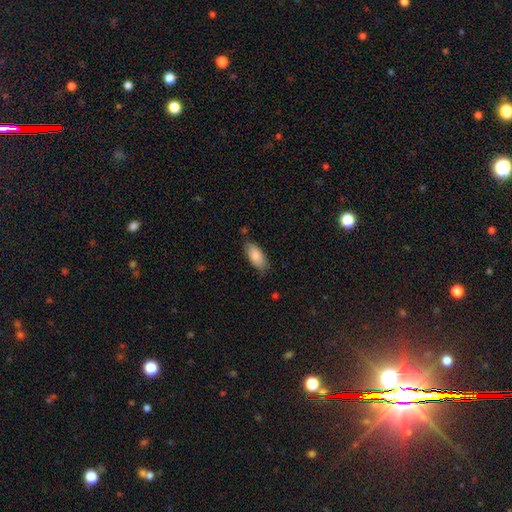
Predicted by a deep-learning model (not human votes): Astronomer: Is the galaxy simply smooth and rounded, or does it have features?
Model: smooth — 86%.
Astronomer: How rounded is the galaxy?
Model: in between — 88%.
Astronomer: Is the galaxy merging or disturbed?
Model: none — 74%.